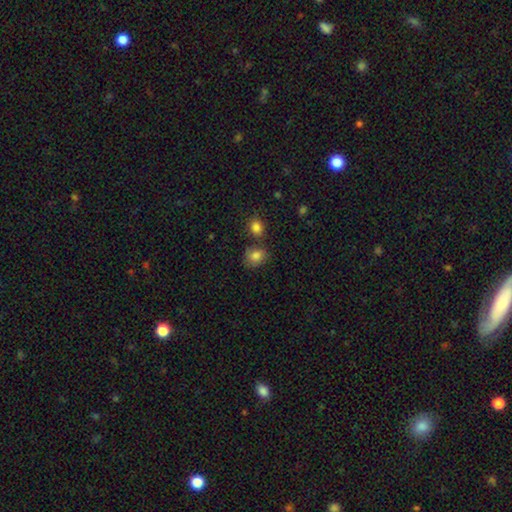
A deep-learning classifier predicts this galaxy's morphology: Smooth or featured? Predicted: smooth (p=0.82). How rounded? Predicted: in between (p=0.50). Merging? Predicted: none (p=0.64).